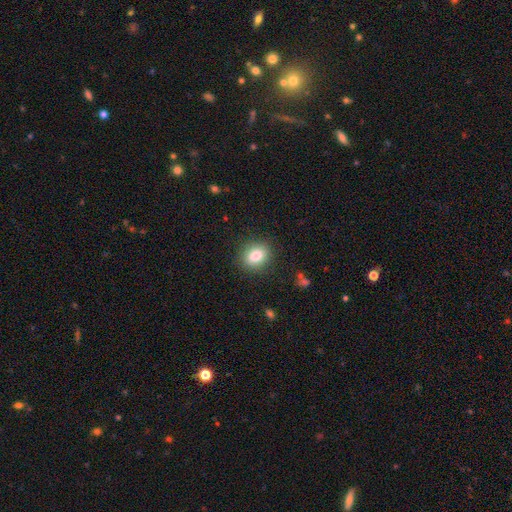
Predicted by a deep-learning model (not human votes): A smooth galaxy with no disk features (83%) that is in between round and cigar-shaped (53%). Merging: none (88%).